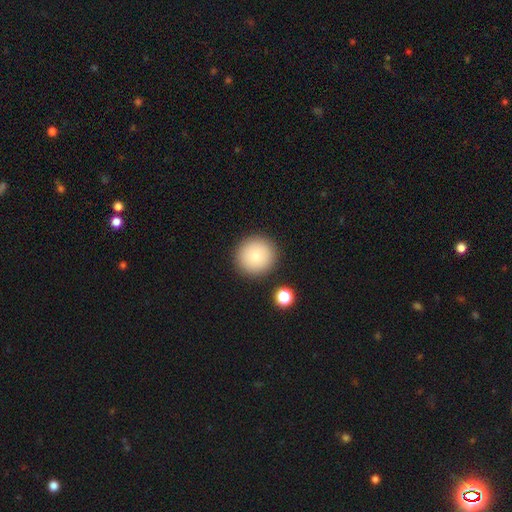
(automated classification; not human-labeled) smooth 86%, star or artifact 8%, featured or disk 6%. Down the decision tree: how rounded — round (93%); merging — none (89%).